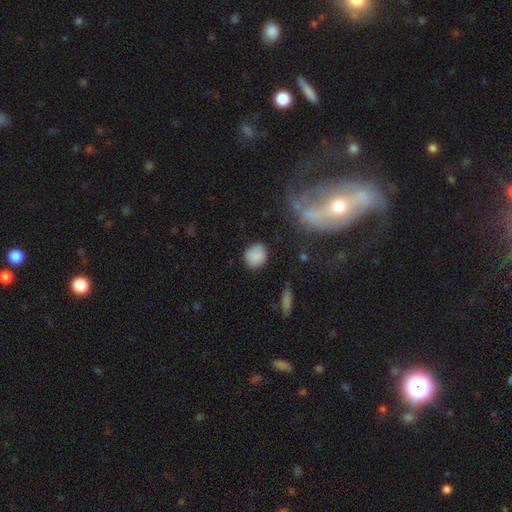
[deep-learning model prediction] This is clearly a smooth galaxy (85%). How rounded: likely round (77%). Merging: likely none (80%).